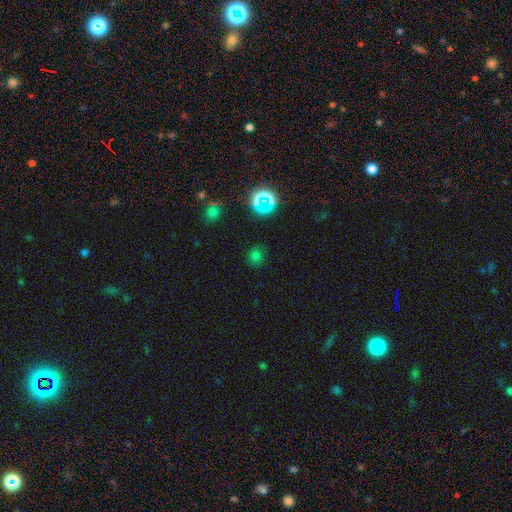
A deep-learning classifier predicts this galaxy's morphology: This is likely a smooth galaxy (63%). How rounded: likely round (77%). Merging: clearly none (81%).